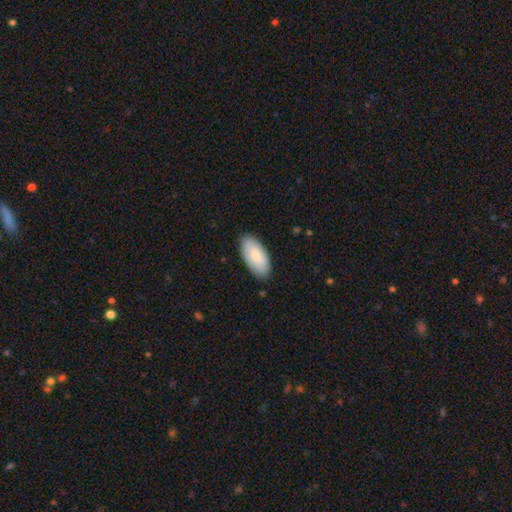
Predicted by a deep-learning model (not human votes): Smooth or featured?
  - smooth: 77% *
  - featured or disk: 18%
  - star or artifact: 5%
How rounded?
  - in between: 94% *
  - cigar-shaped: 4%
  - round: 2%
Merging?
  - none: 86% *
  - minor disturbance: 11%
  - major disturbance: 2%
  - merger: 1%